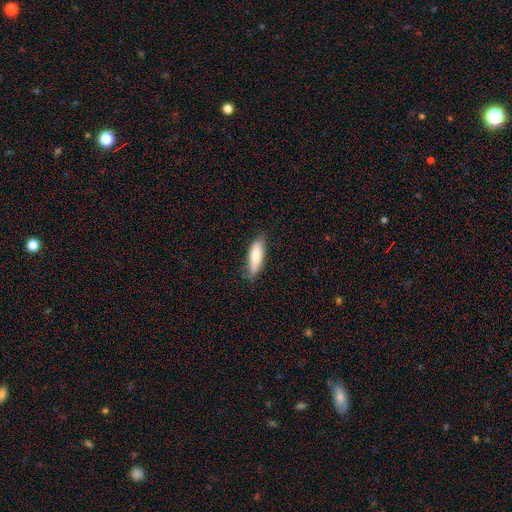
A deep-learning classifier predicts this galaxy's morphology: Overall: smooth (77%). How rounded: cigar-shaped (50%; in between 48%). Merging: none (70%).